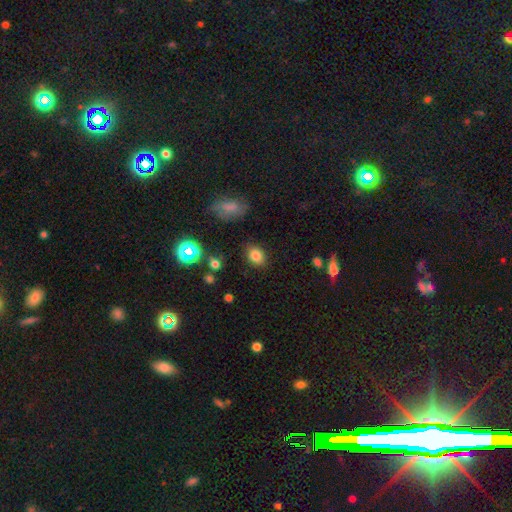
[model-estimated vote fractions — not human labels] smooth_or_featured: smooth (p=0.81) [alt: star or artifact p=0.13]
how_rounded: in between (p=0.57) [alt: round p=0.42]
merging: none (p=0.86) [alt: minor disturbance p=0.09]